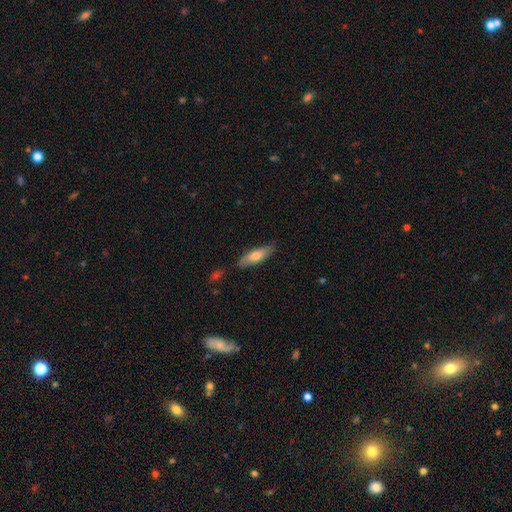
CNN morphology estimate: smooth-or-featured: smooth: 70% | featured or disk: 24% | star or artifact: 6%
  how-rounded: in between: 51% | cigar-shaped: 47% | round: 2%
  merging: none: 79% | minor disturbance: 15% | merger: 3% | major disturbance: 3%